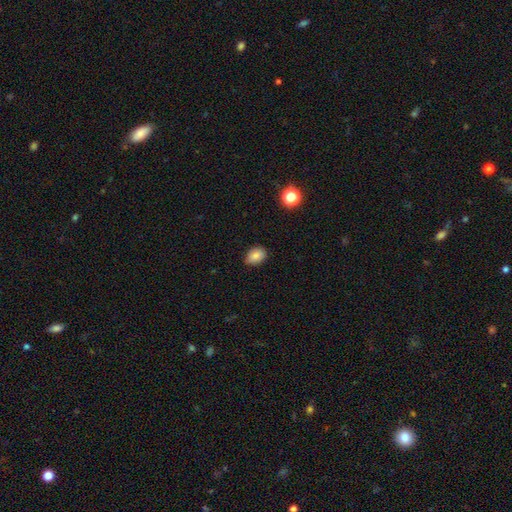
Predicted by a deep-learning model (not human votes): Q: Smooth or featured?
A: smooth (84%); runner-up: star or artifact (9%)
Q: How rounded?
A: in between (76%); runner-up: round (23%)
Q: Merging?
A: none (82%); runner-up: minor disturbance (15%)